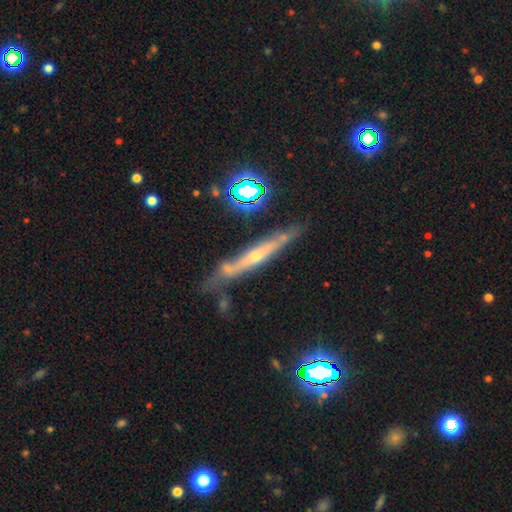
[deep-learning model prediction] Morphology: type=featured or disk (72%); edge-on=yes (88%); edge-on bulge=rounded (64%); merging=none (67%).